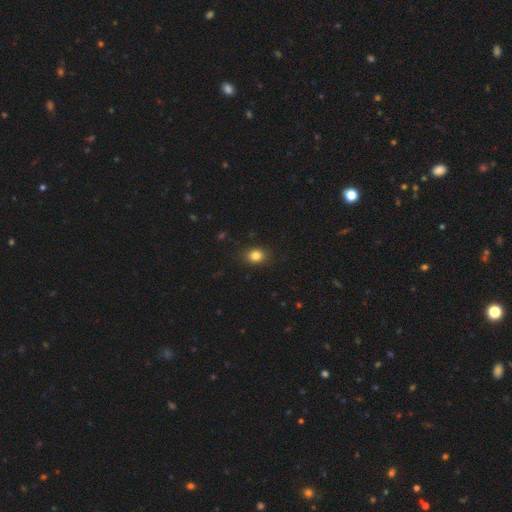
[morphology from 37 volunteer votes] Smooth or featured? 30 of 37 (81%) said smooth. How rounded? 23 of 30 (77%) said round. Merging? 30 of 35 (86%) said none.